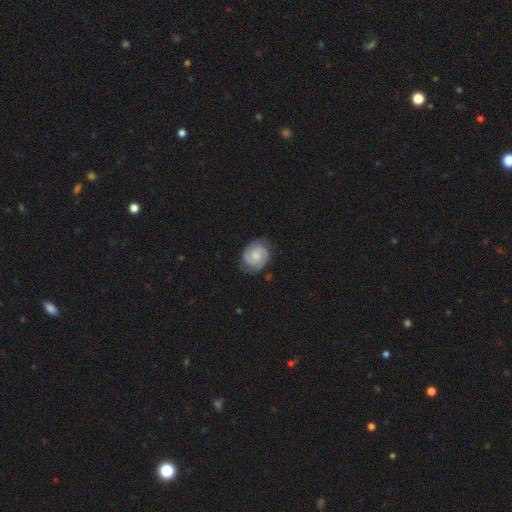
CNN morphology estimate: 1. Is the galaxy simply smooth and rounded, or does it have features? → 81% featured or disk, 14% smooth, 5% star or artifact.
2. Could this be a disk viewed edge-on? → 98% no, 2% yes.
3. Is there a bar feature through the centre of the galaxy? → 61% no, 34% weak, 5% strong.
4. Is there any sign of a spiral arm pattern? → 97% yes, 3% no.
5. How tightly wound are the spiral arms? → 61% tight, 33% medium, 6% loose.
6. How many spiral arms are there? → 87% 2, 5% can't tell, 4% 3, 2% 1, 1% 4, 1% more than 4.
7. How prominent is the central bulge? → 40% small, 36% moderate, 18% none, 5% large, 1% dominant.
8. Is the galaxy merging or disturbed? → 79% none, 15% minor disturbance, 4% major disturbance, 1% merger.